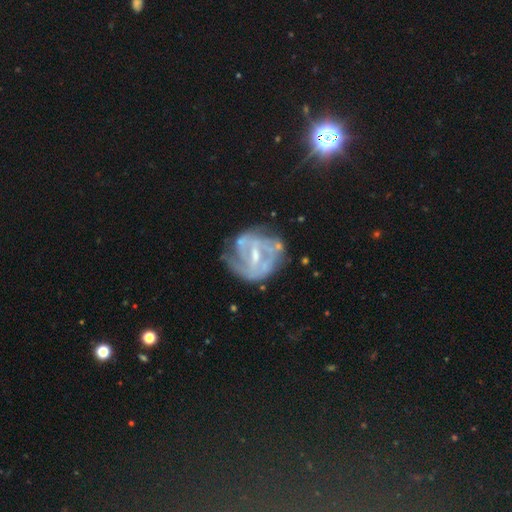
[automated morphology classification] This appears to be a featured or disk galaxy (82%) with a weak bar (49%), tight (50%) spiral arms (78%) and a small central bulge (44%). Merging: none (55%).